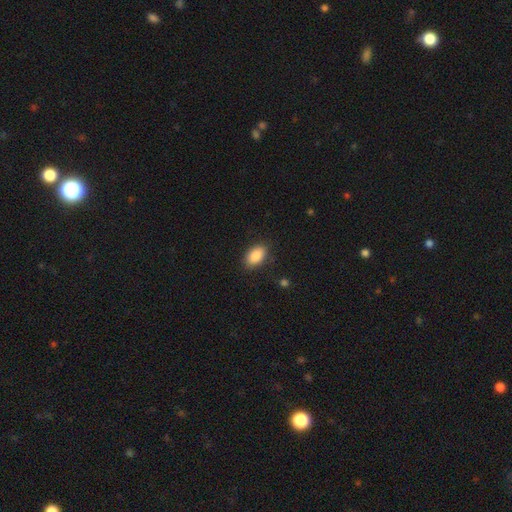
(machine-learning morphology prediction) smooth_or_featured: smooth (p=0.88) [alt: star or artifact p=0.07]
how_rounded: in between (p=0.92) [alt: round p=0.07]
merging: none (p=0.86) [alt: minor disturbance p=0.10]